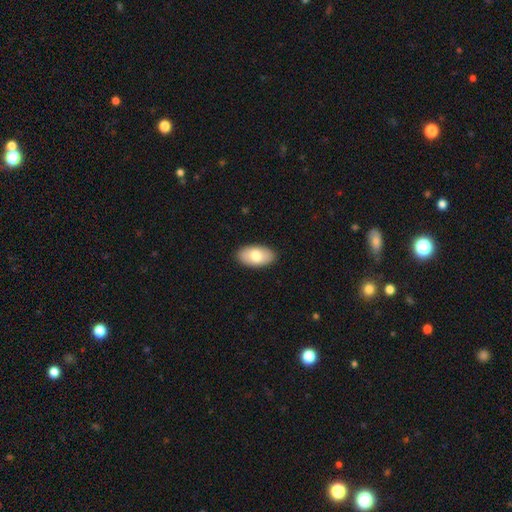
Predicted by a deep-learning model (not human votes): smooth-or-featured: smooth: 78% | featured or disk: 16% | star or artifact: 6%
  how-rounded: in between: 95% | round: 3% | cigar-shaped: 2%
  merging: none: 90% | minor disturbance: 8% | major disturbance: 2% | merger: 1%